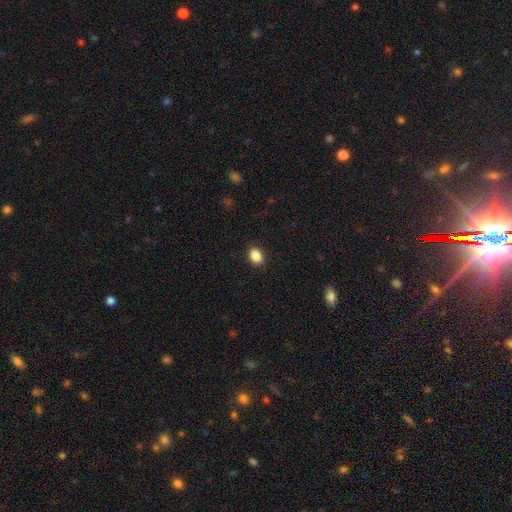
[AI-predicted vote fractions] This appears to be a smooth galaxy with no disk features (88%) that is in between round and cigar-shaped (67%). Merging: none (89%).